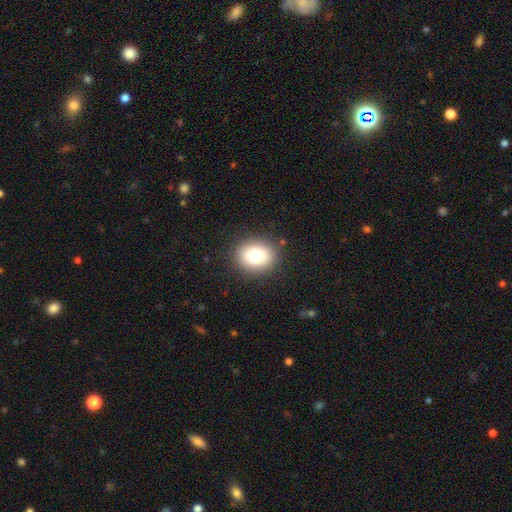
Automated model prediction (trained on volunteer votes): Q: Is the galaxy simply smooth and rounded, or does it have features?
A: smooth — 79%.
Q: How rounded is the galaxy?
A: round — 59%.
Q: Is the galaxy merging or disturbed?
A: none — 88%.